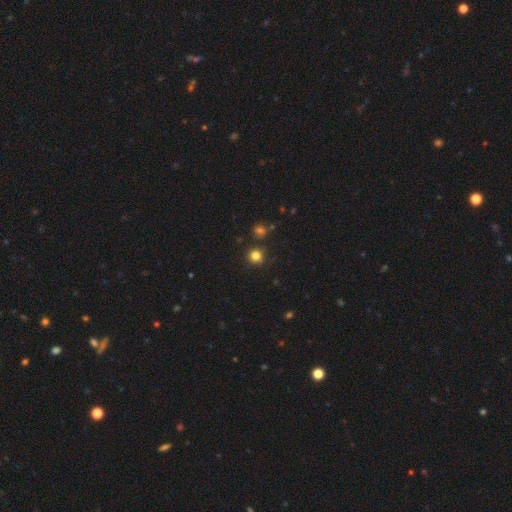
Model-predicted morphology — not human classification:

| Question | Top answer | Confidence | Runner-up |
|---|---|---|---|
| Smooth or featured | smooth | 80% | star or artifact (15%) |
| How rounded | round | 92% | in between (7%) |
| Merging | none | 86% | minor disturbance (8%) |